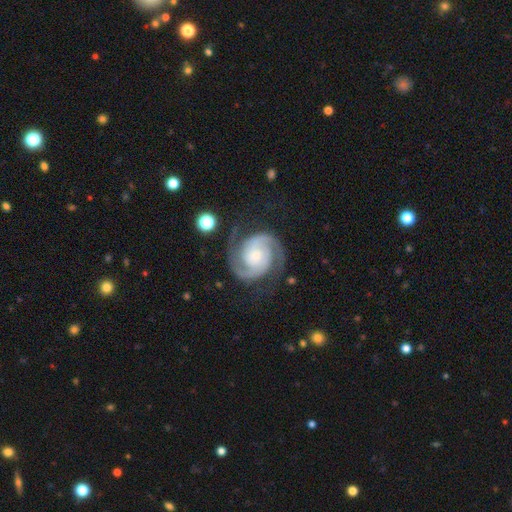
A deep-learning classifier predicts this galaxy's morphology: A featured or disk galaxy (92%) with no bar (61%), 2 (93%) tight (47%) spiral arms (99%) and a small central bulge (47%).

Vote fractions:
- Smooth or featured? featured or disk: 92% / star or artifact: 4% / smooth: 3%
- Edge-on disk? no: 98% / yes: 2%
- Bar? no: 61% / weak: 28% / strong: 10%
- Spiral arms? yes: 99% / no: 1%
- Spiral winding? tight: 47% / medium: 46% / loose: 7%
- Spiral arm count? 2: 93% / 3: 2% / can't tell: 2% / 1: 1% / 4: 1% / more than 4: 1%
- Bulge size? small: 47% / moderate: 33% / none: 10% / large: 8% / dominant: 2%
- Merging? none: 79% / minor disturbance: 13% / major disturbance: 7% / merger: 2%